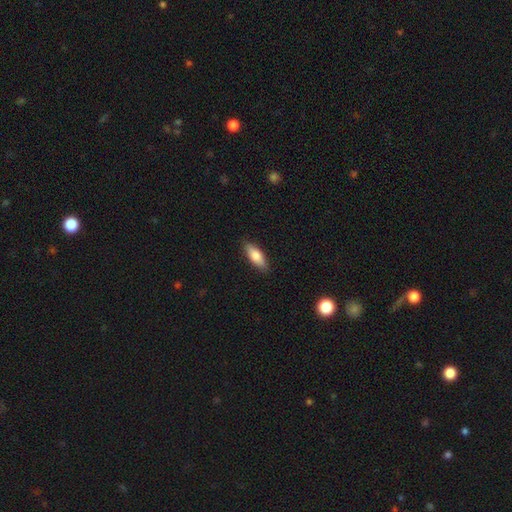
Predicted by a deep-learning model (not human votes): smooth-or-featured: smooth: 78% | featured or disk: 16% | star or artifact: 6%
  how-rounded: in between: 66% | cigar-shaped: 32% | round: 2%
  merging: none: 87% | minor disturbance: 10% | major disturbance: 2% | merger: 1%